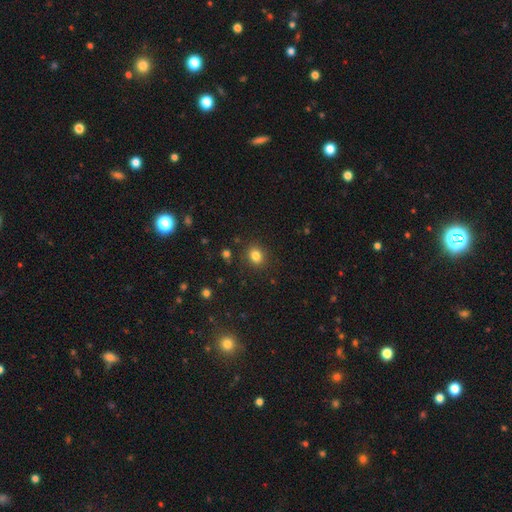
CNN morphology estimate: smooth_or_featured: smooth (p=0.82) [alt: star or artifact p=0.12]
how_rounded: round (p=0.66) [alt: in between p=0.33]
merging: none (p=0.87) [alt: minor disturbance p=0.08]